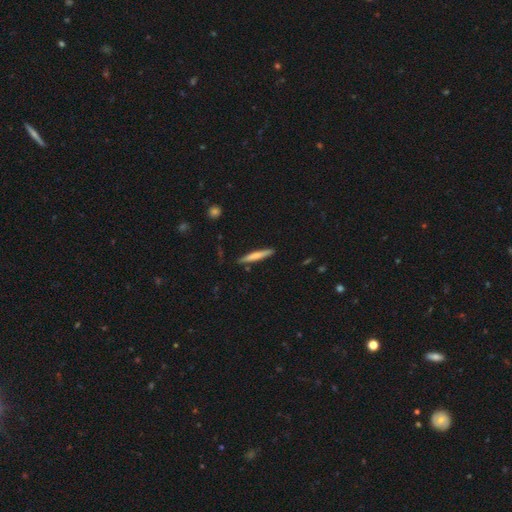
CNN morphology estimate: smooth 62%, featured or disk 32%, star or artifact 5%. Down the decision tree: how rounded — cigar-shaped (95%); merging — none (88%).